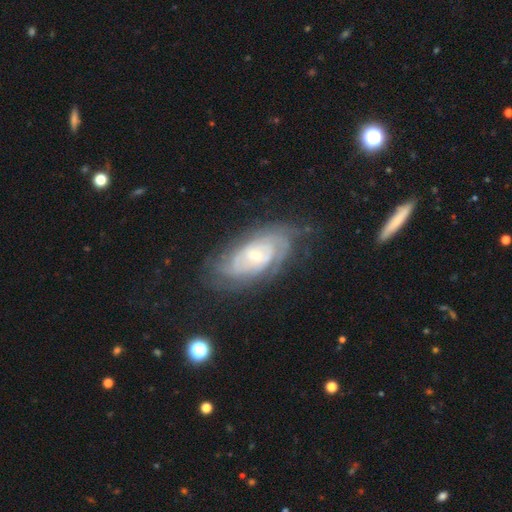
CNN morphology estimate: Smooth or featured?
  - featured or disk: 84% *
  - smooth: 10%
  - star or artifact: 6%
Edge-on disk?
  - no: 94% *
  - yes: 6%
Bar?
  - no: 51% *
  - weak: 39%
  - strong: 10%
Spiral arms?
  - yes: 96% *
  - no: 4%
Spiral winding?
  - tight: 71% *
  - medium: 24%
  - loose: 5%
Spiral arm count?
  - can't tell: 38% *
  - 2: 28%
  - 3: 15%
  - 4: 9%
  - more than 4: 5%
  - 1: 5%
Bulge size?
  - small: 56% *
  - moderate: 37%
  - none: 3%
  - large: 3%
  - dominant: 1%
Merging?
  - none: 70% *
  - minor disturbance: 20%
  - major disturbance: 8%
  - merger: 2%